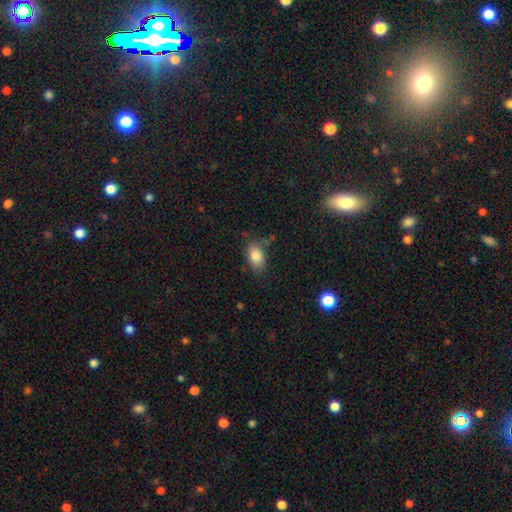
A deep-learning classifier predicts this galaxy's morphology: Smooth or featured? Predicted: smooth (p=0.85). How rounded? Predicted: in between (p=0.88). Merging? Predicted: none (p=0.69).